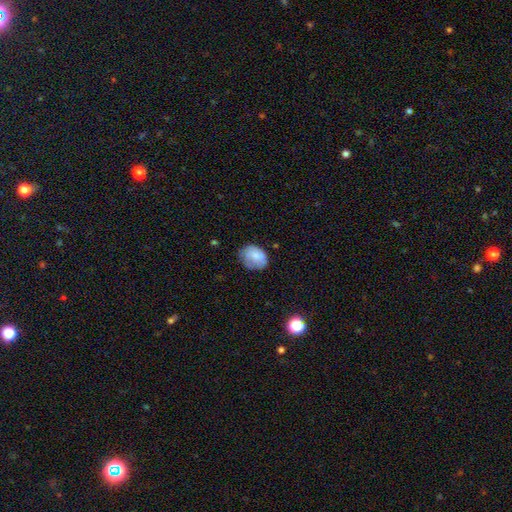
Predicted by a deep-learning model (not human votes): Morphology: type=smooth (76%); roundness=in between (57%); merging=none (61%).